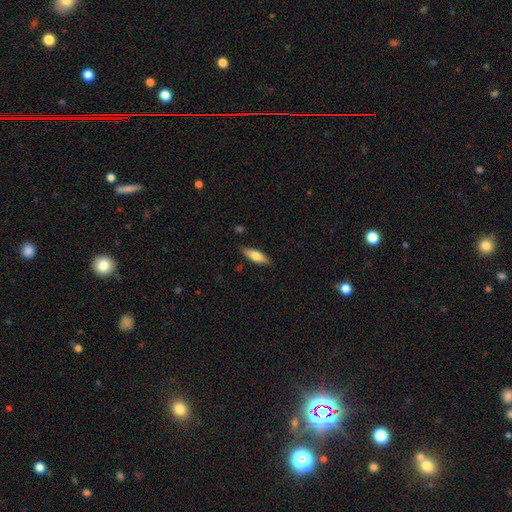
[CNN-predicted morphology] smooth-or-featured: smooth: 67% | featured or disk: 27% | star or artifact: 6%
  how-rounded: in between: 53% | cigar-shaped: 45% | round: 2%
  merging: none: 84% | minor disturbance: 12% | major disturbance: 2% | merger: 2%